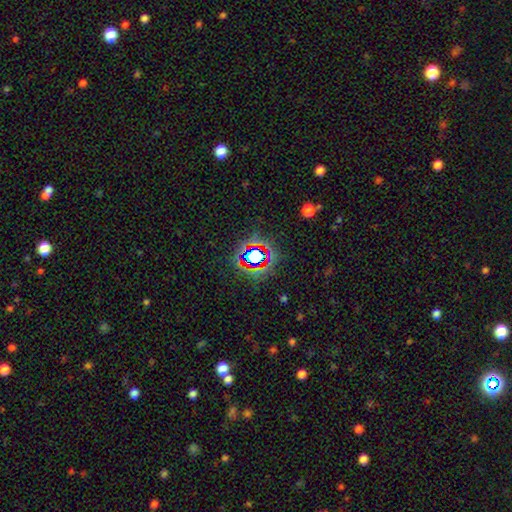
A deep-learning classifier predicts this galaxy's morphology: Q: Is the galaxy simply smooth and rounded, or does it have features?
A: star or artifact — 68%.